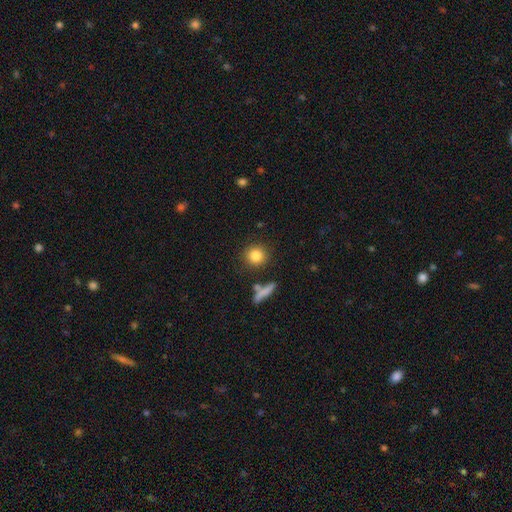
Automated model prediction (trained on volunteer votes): Smooth or featured: smooth — 83% (star or artifact — 10%)
How rounded: round — 89% (in between — 9%)
Merging: none — 83% (minor disturbance — 8%)